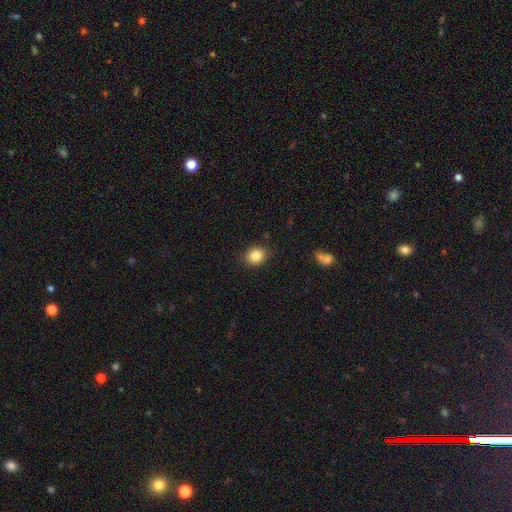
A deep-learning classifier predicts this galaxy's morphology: smooth_or_featured: smooth (p=0.85) [alt: star or artifact p=0.10]
how_rounded: round (p=0.67) [alt: in between p=0.33]
merging: none (p=0.87) [alt: minor disturbance p=0.09]